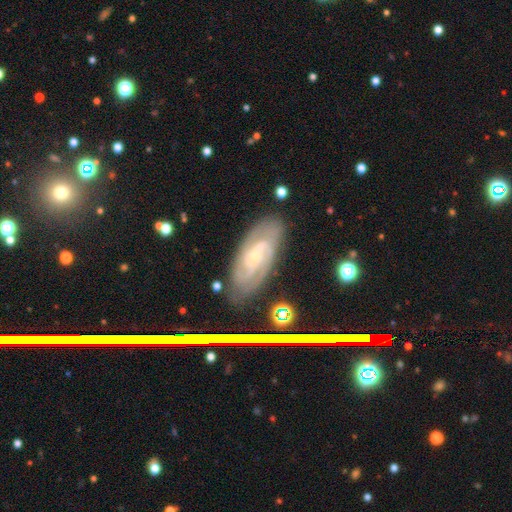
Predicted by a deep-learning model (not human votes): Q: Smooth or featured?
A: featured or disk (78%); runner-up: smooth (14%)
Q: Edge-on disk?
A: no (92%); runner-up: yes (8%)
Q: Bar?
A: no (43%); runner-up: weak (42%)
Q: Spiral arms?
A: yes (95%); runner-up: no (5%)
Q: Spiral winding?
A: tight (53%); runner-up: medium (37%)
Q: Spiral arm count?
A: 2 (39%); runner-up: can't tell (28%)
Q: Bulge size?
A: small (74%); runner-up: moderate (20%)
Q: Merging?
A: none (79%); runner-up: minor disturbance (15%)